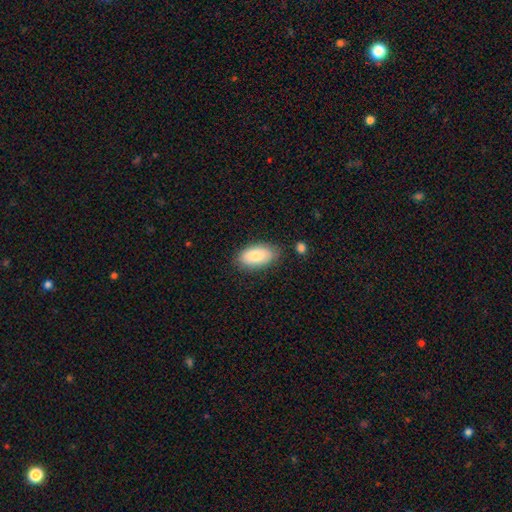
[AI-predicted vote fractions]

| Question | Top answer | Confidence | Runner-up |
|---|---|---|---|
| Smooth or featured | smooth | 84% | featured or disk (10%) |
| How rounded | in between | 93% | round (3%) |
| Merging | none | 79% | minor disturbance (15%) |